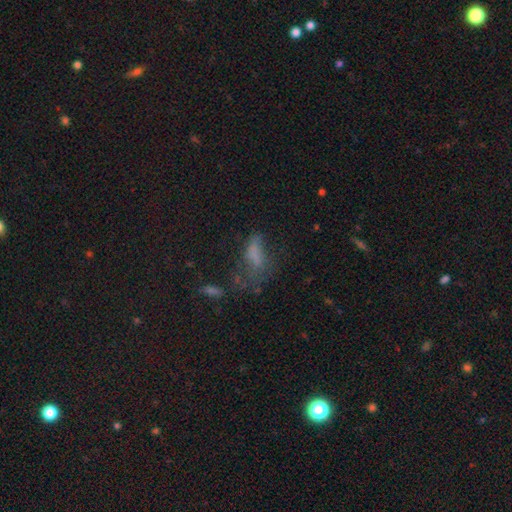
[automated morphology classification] smooth 44%, star or artifact 30%, featured or disk 26%. Down the decision tree: merging — major disturbance (38%).